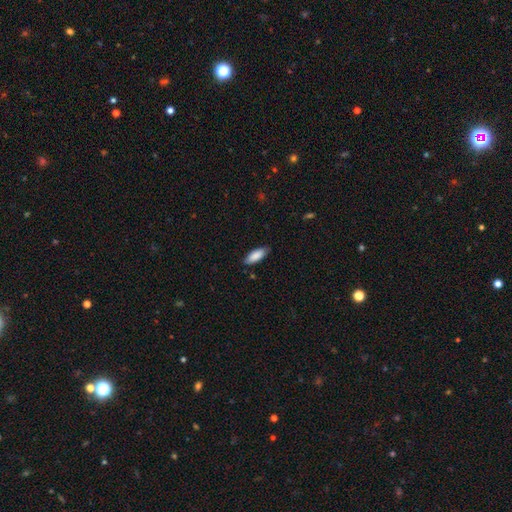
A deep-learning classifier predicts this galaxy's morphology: Smooth or featured?
  - smooth: 87% *
  - featured or disk: 7%
  - star or artifact: 6%
How rounded?
  - in between: 76% *
  - cigar-shaped: 23%
  - round: 2%
Merging?
  - none: 84% *
  - minor disturbance: 13%
  - major disturbance: 2%
  - merger: 1%